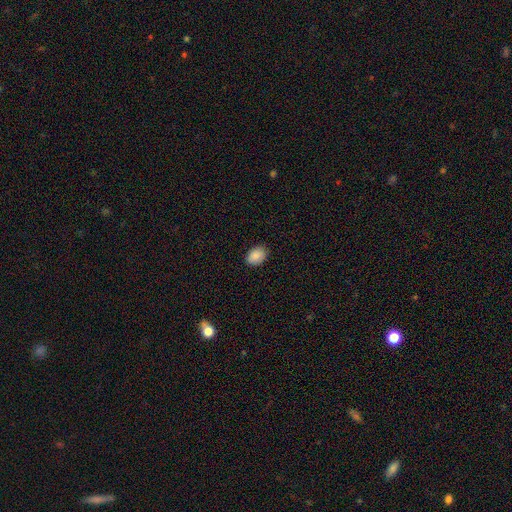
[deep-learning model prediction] smooth 88%, star or artifact 8%, featured or disk 4%. Down the decision tree: how rounded — in between (75%); merging — none (86%).